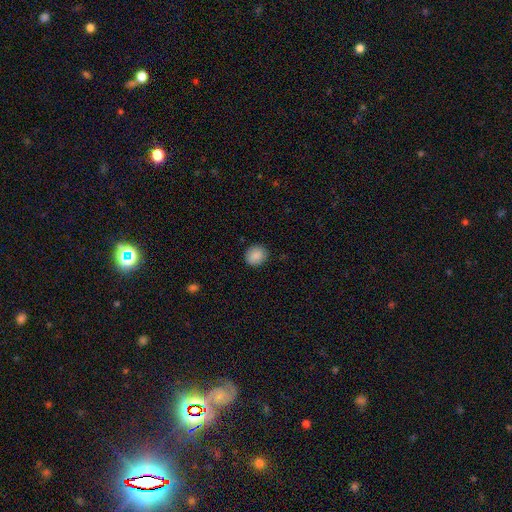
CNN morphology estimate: Smooth or featured? smooth (88%)
How rounded? round (71%)
Merging? none (86%)